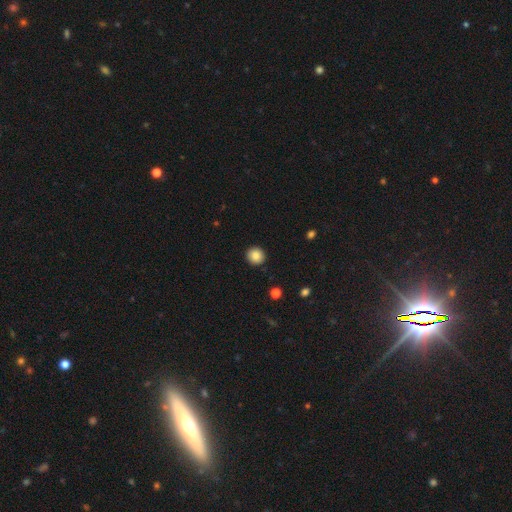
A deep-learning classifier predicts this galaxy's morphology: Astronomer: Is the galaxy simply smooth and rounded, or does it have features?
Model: smooth — 87%.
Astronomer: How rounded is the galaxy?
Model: round — 92%.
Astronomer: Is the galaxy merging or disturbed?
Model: none — 92%.